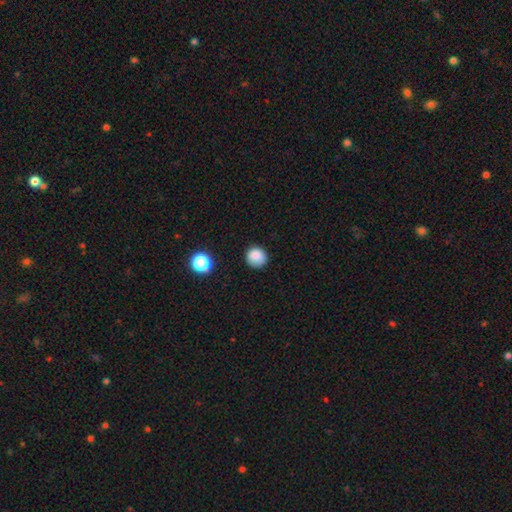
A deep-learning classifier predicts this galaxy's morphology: A smooth galaxy with no disk features (85%) that is round (91%). Merging: none (85%).